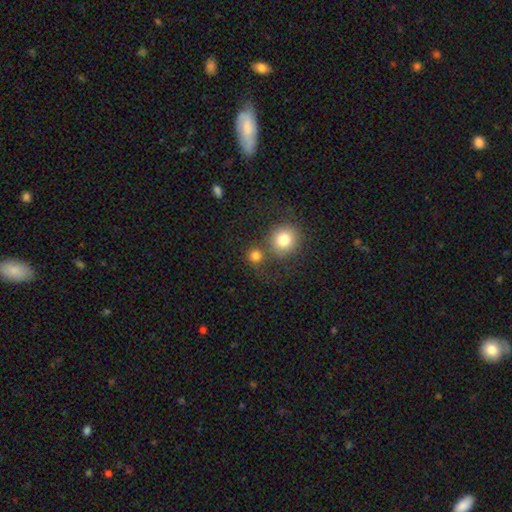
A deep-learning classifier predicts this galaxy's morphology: Q: Smooth or featured?
A: smooth (80%); runner-up: star or artifact (12%)
Q: How rounded?
A: round (89%); runner-up: in between (10%)
Q: Merging?
A: none (60%); runner-up: merger (25%)